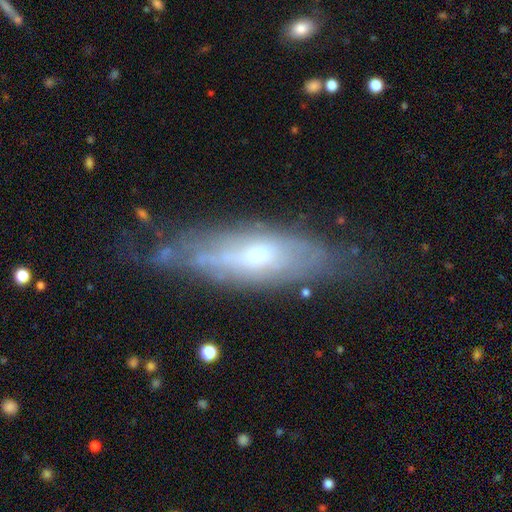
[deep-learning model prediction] Smooth or featured? Predicted: featured or disk (p=0.61). Edge-on disk? Predicted: no (p=0.60). Merging? Predicted: none (p=0.55).